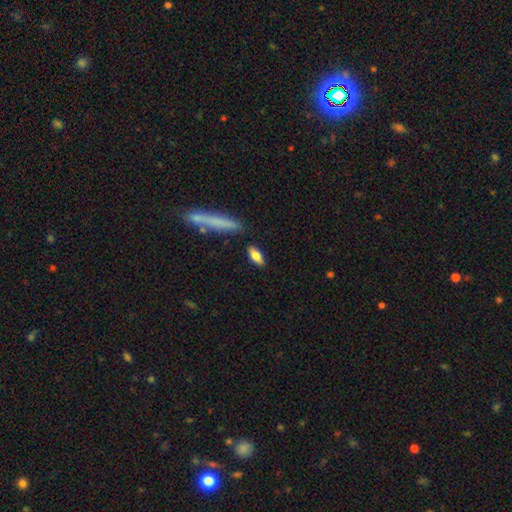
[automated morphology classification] Smooth or featured: smooth — 76% (featured or disk — 18%)
How rounded: in between — 72% (cigar-shaped — 26%)
Merging: none — 85% (minor disturbance — 10%)